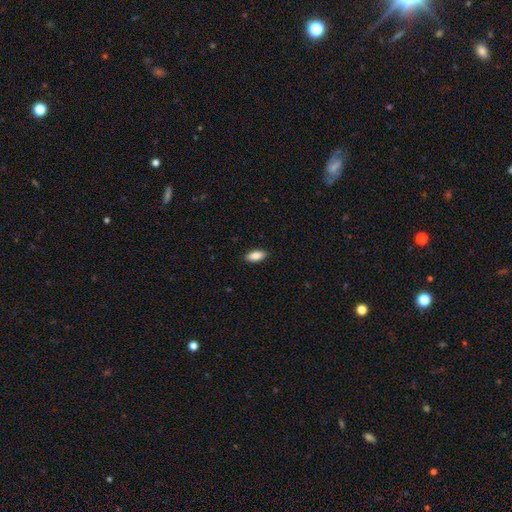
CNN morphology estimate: Smooth or featured?
  - smooth: 89% *
  - star or artifact: 6%
  - featured or disk: 5%
How rounded?
  - in between: 89% *
  - cigar-shaped: 9%
  - round: 2%
Merging?
  - none: 89% *
  - minor disturbance: 8%
  - major disturbance: 2%
  - merger: 1%